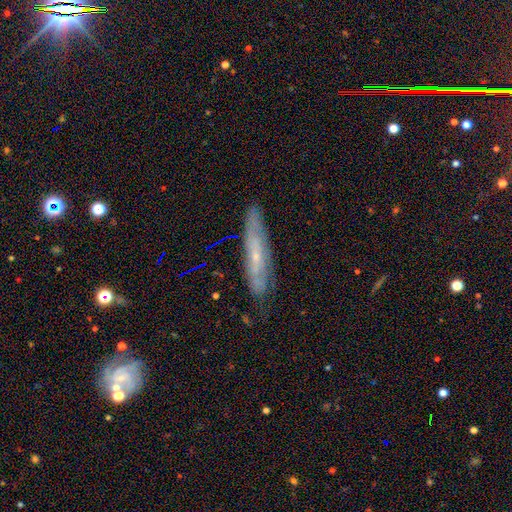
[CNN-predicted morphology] smooth-or-featured: featured or disk: 62% | smooth: 29% | star or artifact: 8%
  disk-edge-on: yes: 54% | no: 46%
  merging: none: 79% | minor disturbance: 17% | major disturbance: 3% | merger: 2%